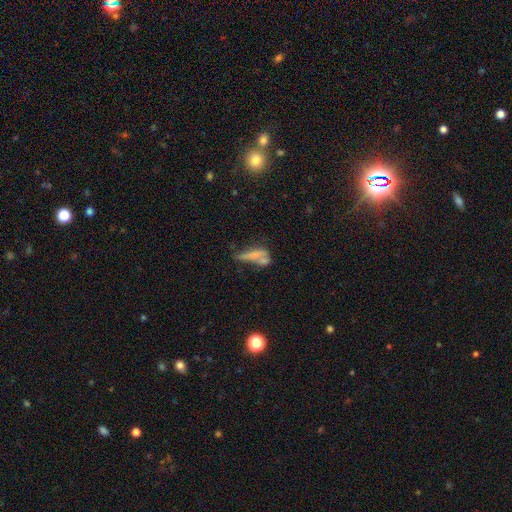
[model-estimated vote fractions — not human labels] Smooth or featured? Predicted: smooth (p=0.56). How rounded? Predicted: cigar-shaped (p=0.54). Merging? Predicted: merger (p=0.33).